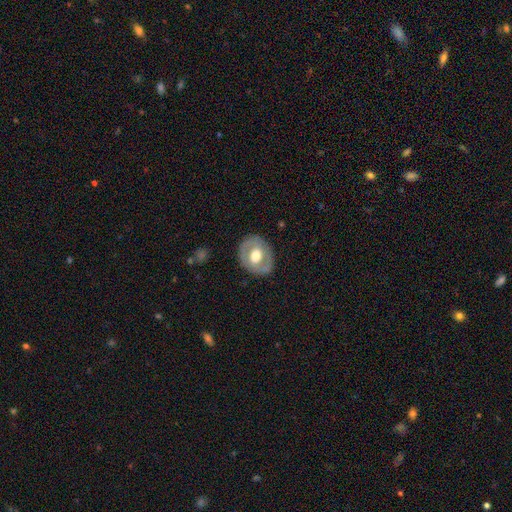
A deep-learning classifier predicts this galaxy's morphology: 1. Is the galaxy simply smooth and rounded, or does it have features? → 53% featured or disk, 42% smooth, 6% star or artifact.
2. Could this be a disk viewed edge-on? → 93% no, 7% yes.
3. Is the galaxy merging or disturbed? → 82% none, 12% minor disturbance, 4% major disturbance, 1% merger.